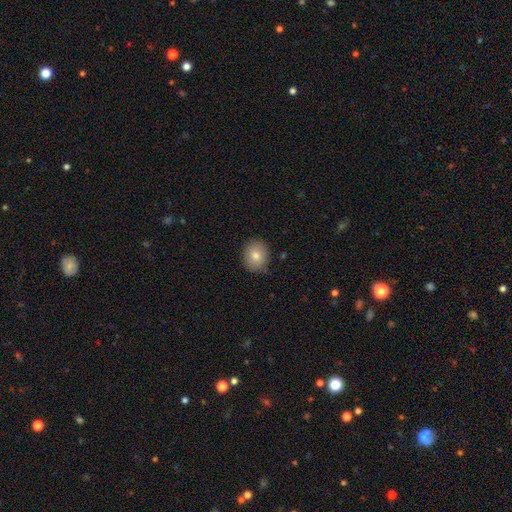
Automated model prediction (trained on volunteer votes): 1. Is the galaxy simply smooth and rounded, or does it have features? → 80% smooth, 12% featured or disk, 9% star or artifact.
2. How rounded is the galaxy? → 62% round, 37% in between, 1% cigar-shaped.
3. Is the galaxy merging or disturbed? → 86% none, 11% minor disturbance, 2% major disturbance, 1% merger.